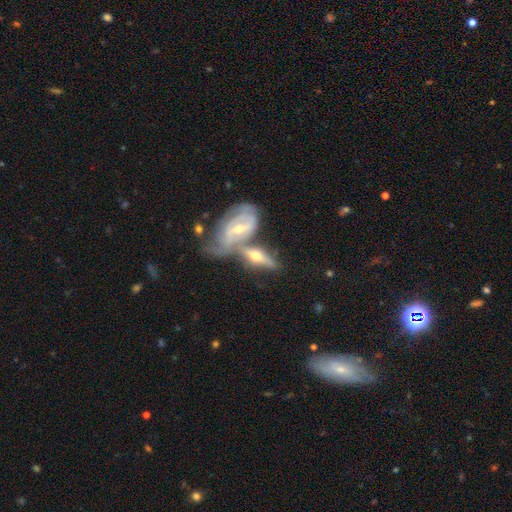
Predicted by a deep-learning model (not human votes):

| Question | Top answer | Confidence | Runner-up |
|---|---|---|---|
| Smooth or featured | featured or disk | 74% | smooth (20%) |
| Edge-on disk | no | 53% | yes (47%) |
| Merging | merger | 51% | none (31%) |